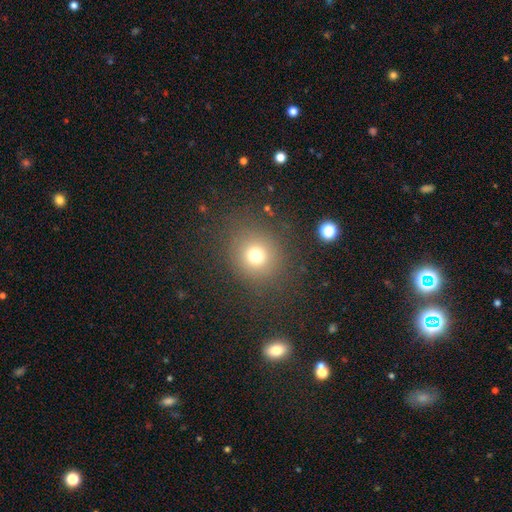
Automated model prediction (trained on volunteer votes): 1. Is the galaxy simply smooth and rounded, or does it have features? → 73% smooth, 18% star or artifact, 10% featured or disk.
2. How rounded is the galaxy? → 87% round, 12% in between, 1% cigar-shaped.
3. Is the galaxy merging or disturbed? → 84% none, 8% minor disturbance, 6% major disturbance, 2% merger.